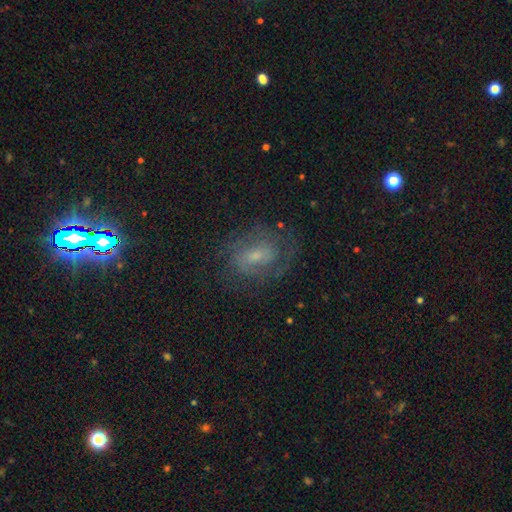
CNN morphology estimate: A featured or disk galaxy (69%) with a weak bar (49%), 2 (52%) medium (44%) spiral arms (88%) and a small central bulge (51%).

Vote fractions:
- Smooth or featured? featured or disk: 69% / smooth: 18% / star or artifact: 12%
- Edge-on disk? no: 97% / yes: 3%
- Bar? weak: 49% / no: 38% / strong: 12%
- Spiral arms? yes: 88% / no: 12%
- Spiral winding? medium: 44% / tight: 42% / loose: 13%
- Spiral arm count? 2: 52% / can't tell: 28% / 3: 8% / 1: 6% / 4: 3% / more than 4: 3%
- Bulge size? small: 51% / moderate: 35% / none: 8% / large: 5% / dominant: 1%
- Merging? none: 70% / minor disturbance: 17% / major disturbance: 12% / merger: 1%